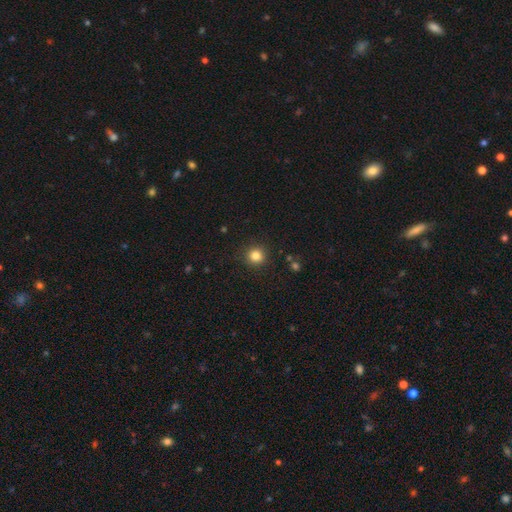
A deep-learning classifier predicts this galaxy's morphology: This is clearly a smooth galaxy (82%). How rounded: clearly round (93%). Merging: clearly none (90%).